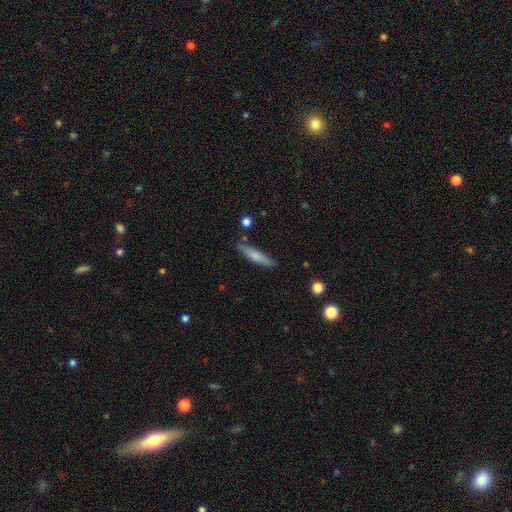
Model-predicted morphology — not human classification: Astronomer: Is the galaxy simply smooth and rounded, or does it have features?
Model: smooth — 66%.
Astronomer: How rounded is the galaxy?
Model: cigar-shaped — 85%.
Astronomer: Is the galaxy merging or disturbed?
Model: none — 85%.